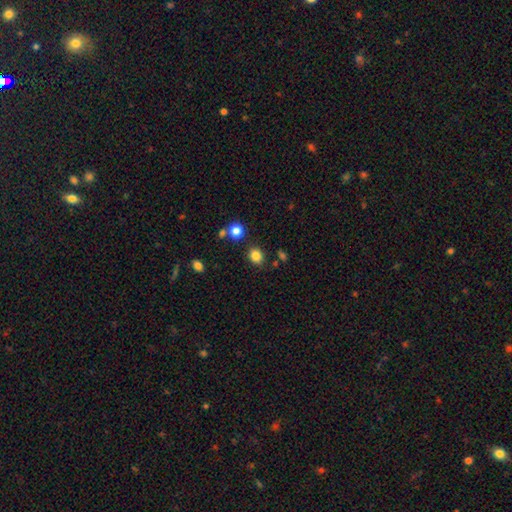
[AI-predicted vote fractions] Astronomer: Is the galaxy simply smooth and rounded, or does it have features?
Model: smooth — 84%.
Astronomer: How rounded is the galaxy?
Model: round — 63%.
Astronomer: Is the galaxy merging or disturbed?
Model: none — 82%.